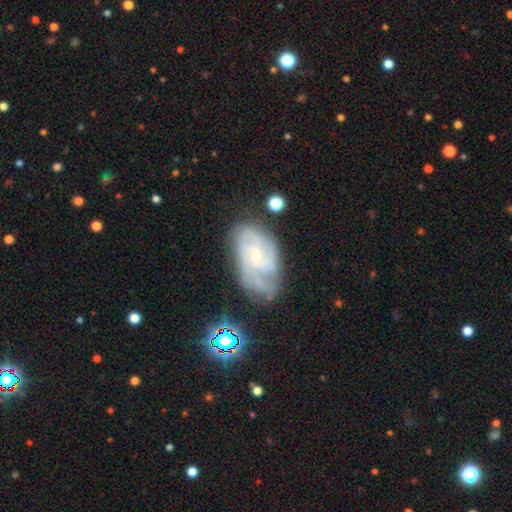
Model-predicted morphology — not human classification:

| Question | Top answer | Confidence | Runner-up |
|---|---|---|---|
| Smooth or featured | featured or disk | 79% | smooth (13%) |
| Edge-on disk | no | 97% | yes (3%) |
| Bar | no | 61% | weak (33%) |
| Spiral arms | yes | 95% | no (5%) |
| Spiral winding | tight | 50% | medium (39%) |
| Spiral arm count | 3 | 30% | can't tell (28%) |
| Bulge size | small | 72% | moderate (21%) |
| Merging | none | 59% | minor disturbance (26%) |